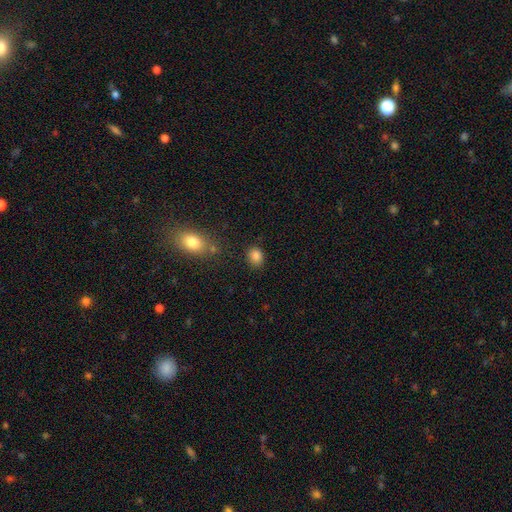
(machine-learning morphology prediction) Smooth or featured? Predicted: smooth (p=0.84). How rounded? Predicted: round (p=0.54). Merging? Predicted: none (p=0.83).